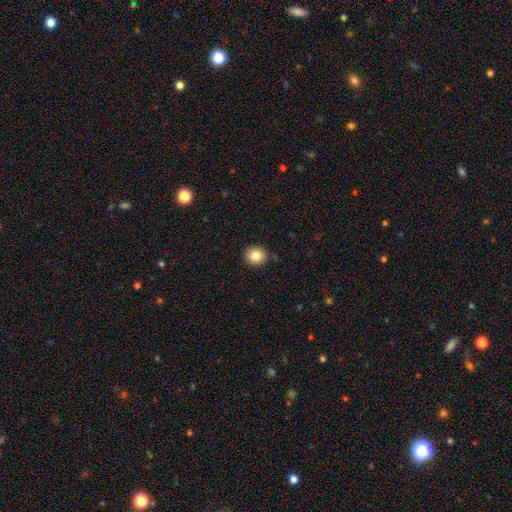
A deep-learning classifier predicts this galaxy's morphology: Smooth or featured: smooth — 84% (star or artifact — 10%)
How rounded: round — 88% (in between — 11%)
Merging: none — 90% (minor disturbance — 7%)